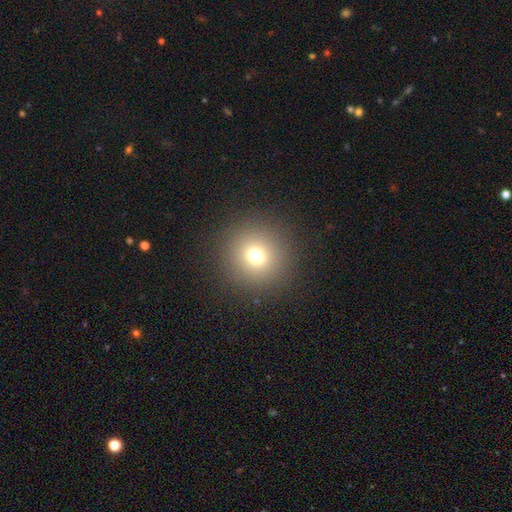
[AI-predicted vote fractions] Smooth or featured? Predicted: smooth (p=0.72). How rounded? Predicted: round (p=0.95). Merging? Predicted: none (p=0.90).